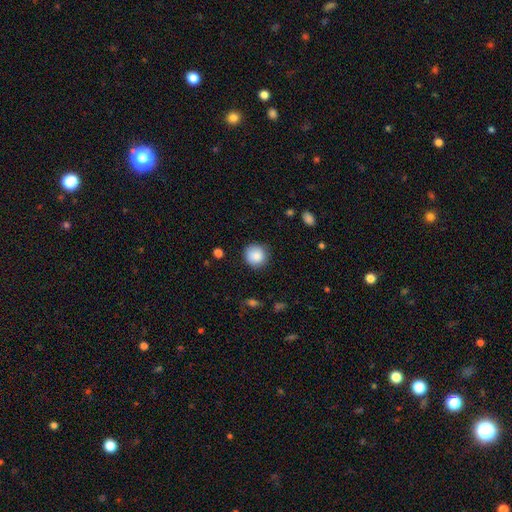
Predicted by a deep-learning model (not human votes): Smooth or featured?
  - smooth: 87% *
  - star or artifact: 8%
  - featured or disk: 5%
How rounded?
  - round: 92% *
  - in between: 7%
  - cigar-shaped: 1%
Merging?
  - none: 87% *
  - minor disturbance: 10%
  - major disturbance: 2%
  - merger: 1%